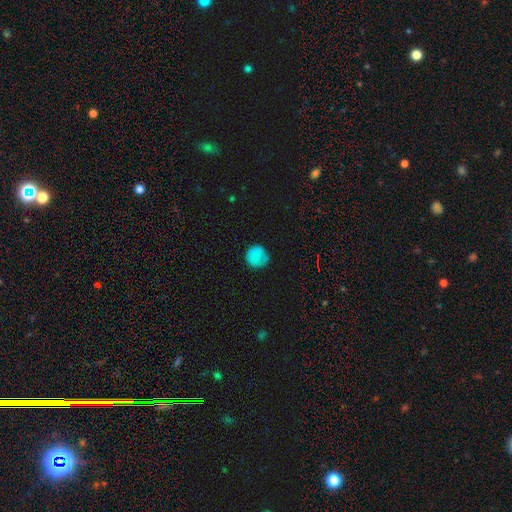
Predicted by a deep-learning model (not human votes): Q: Smooth or featured?
A: smooth (83%); runner-up: star or artifact (11%)
Q: How rounded?
A: round (93%); runner-up: in between (6%)
Q: Merging?
A: none (80%); runner-up: minor disturbance (15%)